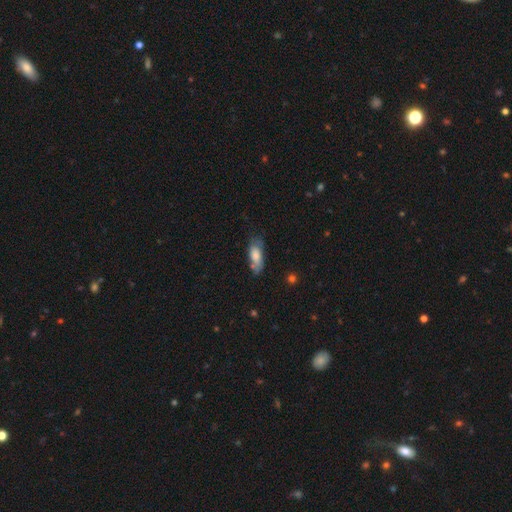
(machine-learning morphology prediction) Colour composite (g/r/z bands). It shows a smooth galaxy with no disk features (72%) that is in between round and cigar-shaped (77%). Merging: none (55%).